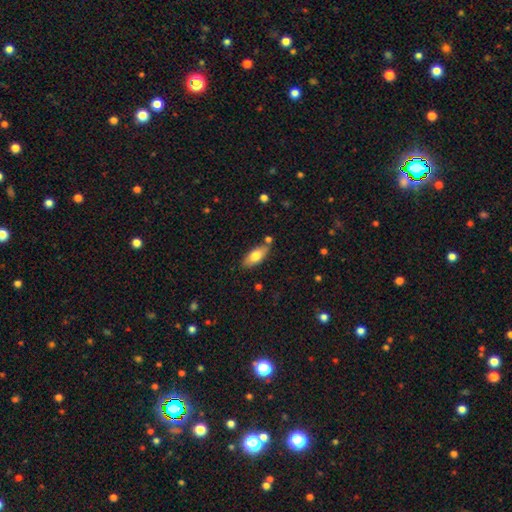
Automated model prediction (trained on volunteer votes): Smooth or featured?
  - smooth: 74% *
  - featured or disk: 19%
  - star or artifact: 6%
How rounded?
  - in between: 80% *
  - cigar-shaped: 18%
  - round: 2%
Merging?
  - none: 75% *
  - minor disturbance: 15%
  - merger: 7%
  - major disturbance: 3%